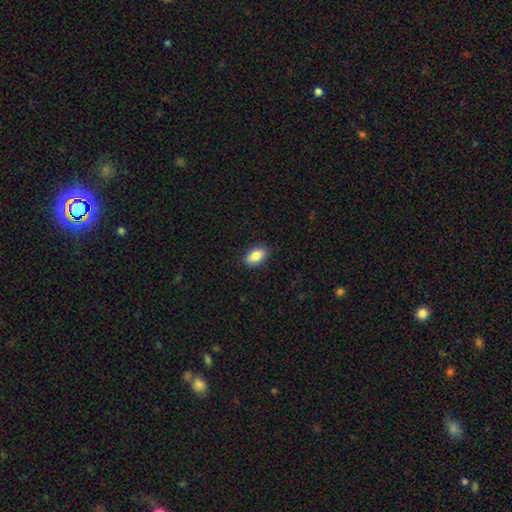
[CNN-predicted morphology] Q: Smooth or featured?
A: smooth (85%); runner-up: featured or disk (7%)
Q: How rounded?
A: in between (91%); runner-up: round (6%)
Q: Merging?
A: none (88%); runner-up: minor disturbance (9%)